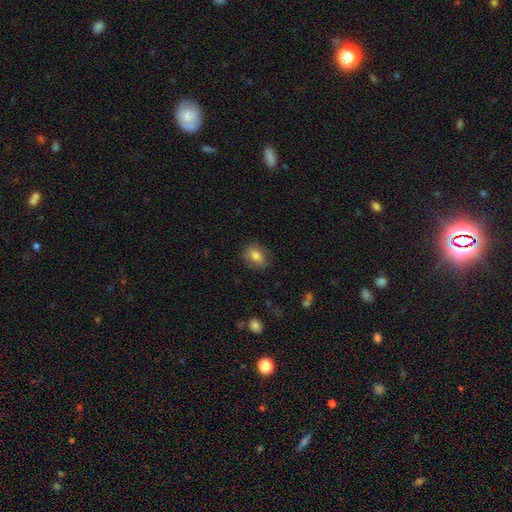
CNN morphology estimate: smooth_or_featured: smooth (p=0.81) [alt: featured or disk p=0.11]
how_rounded: in between (p=0.71) [alt: round p=0.27]
merging: none (p=0.83) [alt: minor disturbance p=0.12]